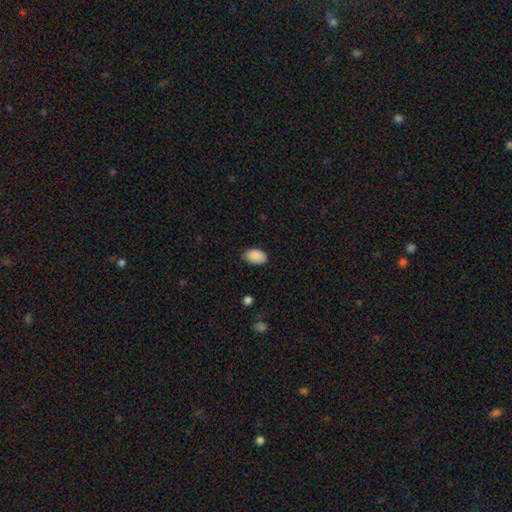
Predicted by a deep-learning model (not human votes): smooth-or-featured: smooth: 90% | star or artifact: 7% | featured or disk: 3%
  how-rounded: in between: 92% | round: 7% | cigar-shaped: 1%
  merging: none: 82% | minor disturbance: 14% | major disturbance: 2% | merger: 1%